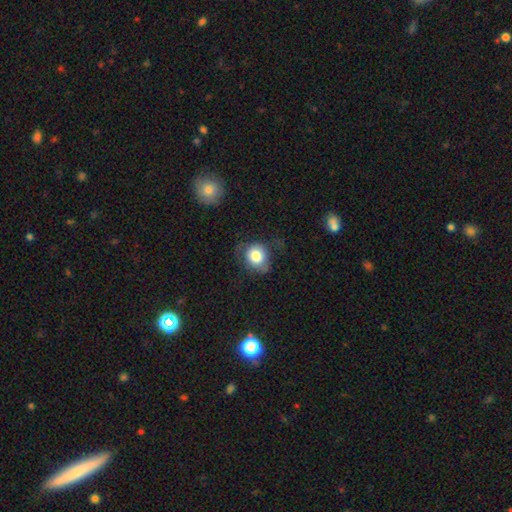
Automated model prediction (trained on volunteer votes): Smooth or featured? smooth (76%)
How rounded? round (64%)
Merging? none (54%)